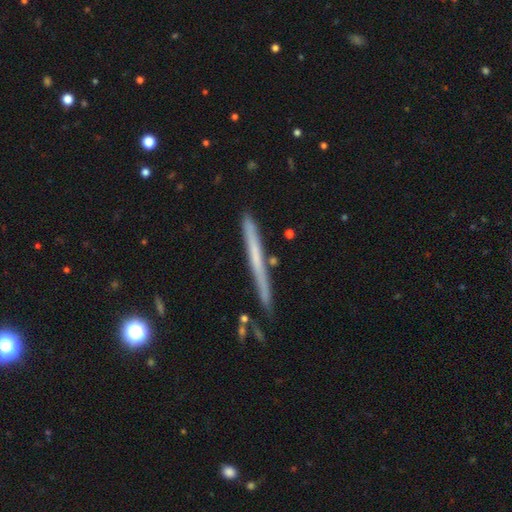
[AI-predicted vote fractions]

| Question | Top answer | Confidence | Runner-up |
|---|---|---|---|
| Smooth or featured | featured or disk | 48% | smooth (45%) |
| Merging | none | 81% | minor disturbance (13%) |